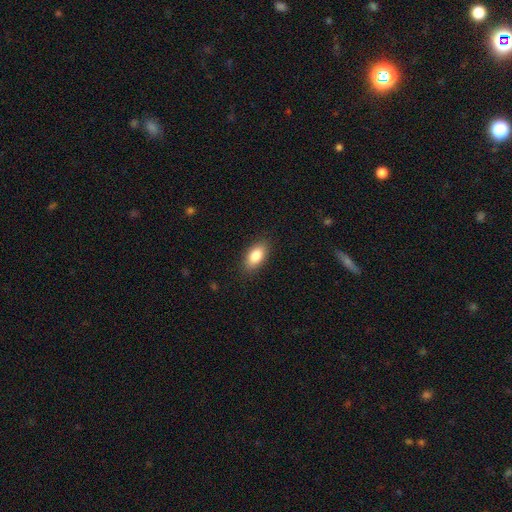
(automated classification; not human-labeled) smooth_or_featured: smooth (p=0.84) [alt: featured or disk p=0.09]
how_rounded: in between (p=0.91) [alt: cigar-shaped p=0.05]
merging: none (p=0.87) [alt: minor disturbance p=0.09]